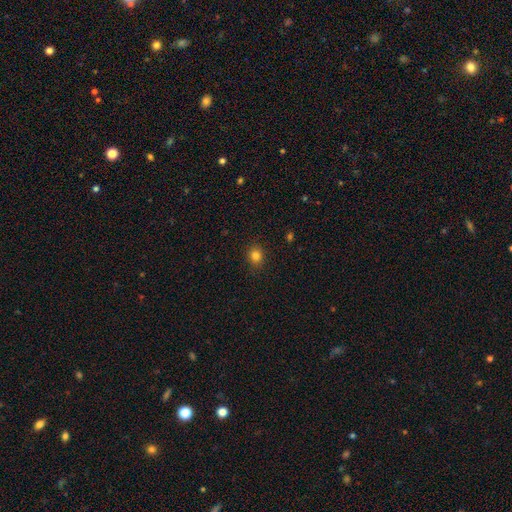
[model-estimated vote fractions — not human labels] Smooth or featured? Predicted: smooth (p=0.81). How rounded? Predicted: round (p=0.73). Merging? Predicted: none (p=0.89).